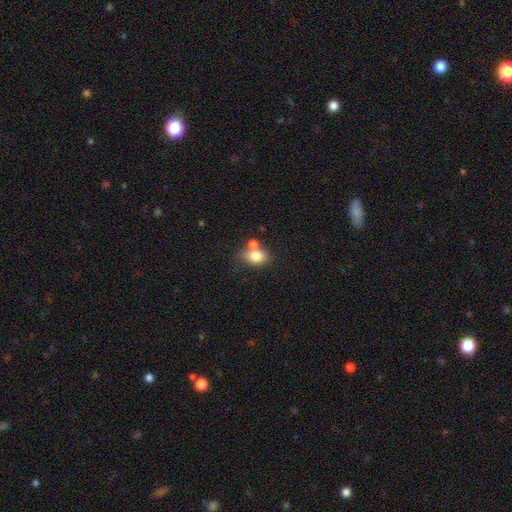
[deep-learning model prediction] smooth_or_featured: smooth (p=0.79) [alt: featured or disk p=0.11]
how_rounded: in between (p=0.55) [alt: round p=0.44]
merging: none (p=0.44) [alt: merger p=0.35]